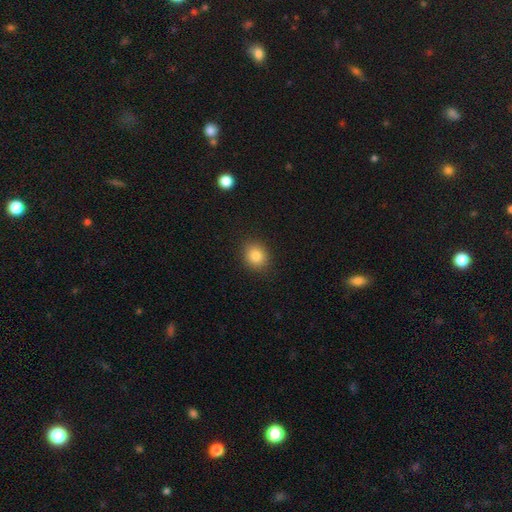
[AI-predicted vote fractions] Smooth or featured?
  - smooth: 84% *
  - star or artifact: 10%
  - featured or disk: 6%
How rounded?
  - round: 68% *
  - in between: 31%
  - cigar-shaped: 1%
Merging?
  - none: 89% *
  - minor disturbance: 8%
  - major disturbance: 2%
  - merger: 1%